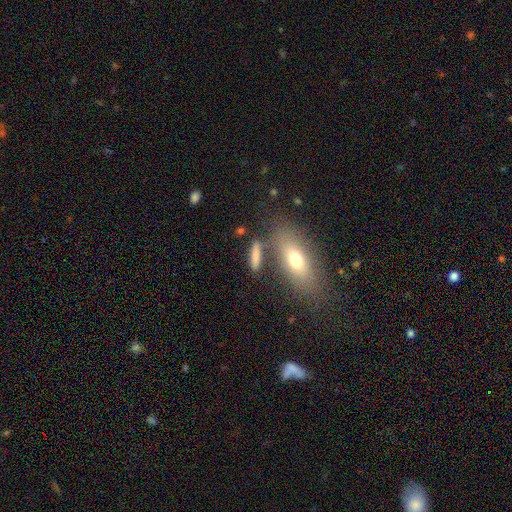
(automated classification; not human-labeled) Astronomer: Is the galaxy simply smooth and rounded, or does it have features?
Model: smooth — 73%.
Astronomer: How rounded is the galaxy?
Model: cigar-shaped — 63%.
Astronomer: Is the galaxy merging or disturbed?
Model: none — 66%.